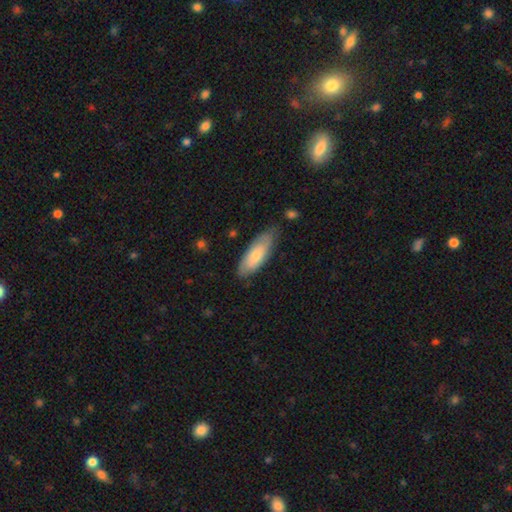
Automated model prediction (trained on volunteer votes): Smooth or featured? Predicted: smooth (p=0.65). How rounded? Predicted: in between (p=0.72). Merging? Predicted: none (p=0.73).